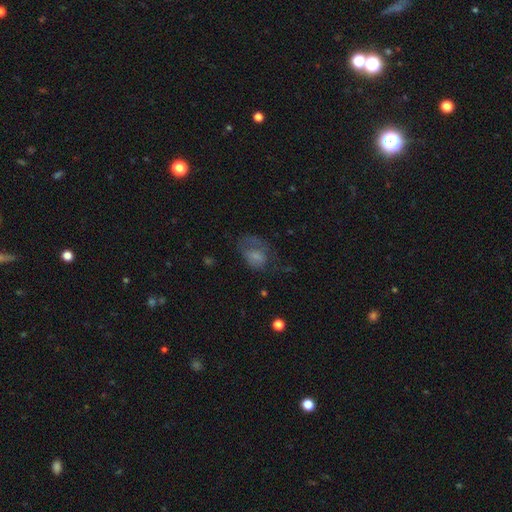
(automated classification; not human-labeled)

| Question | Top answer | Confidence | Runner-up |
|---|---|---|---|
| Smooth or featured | smooth | 57% | featured or disk (31%) |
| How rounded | in between | 77% | round (21%) |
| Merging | major disturbance | 44% | none (30%) |